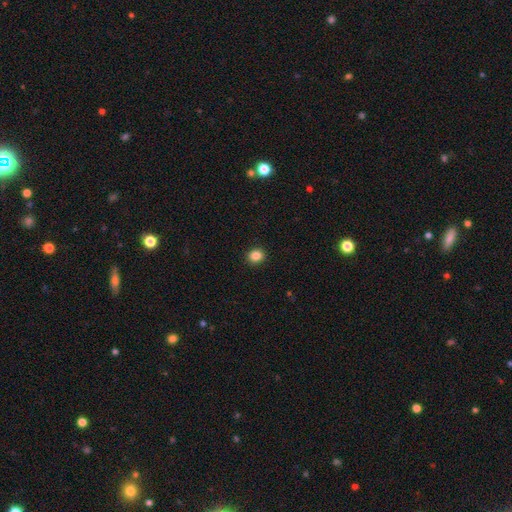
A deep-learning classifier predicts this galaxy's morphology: Overall: smooth (85%). How rounded: round (80%). Merging: none (92%).